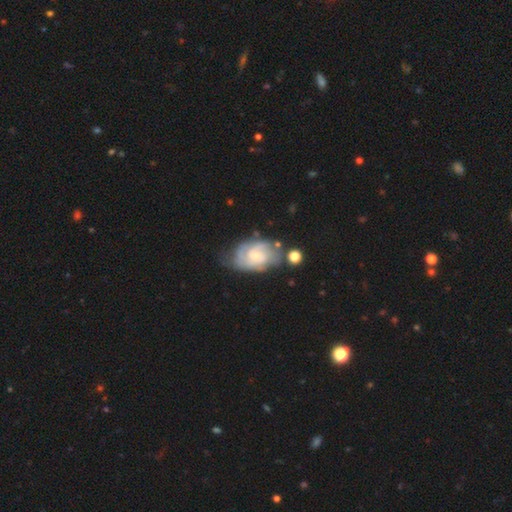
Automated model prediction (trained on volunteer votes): smooth-or-featured: featured or disk: 73% | smooth: 21% | star or artifact: 6%
  disk-edge-on: no: 96% | yes: 4%
    bar: no: 59% | weak: 36% | strong: 5%
    has-spiral-arms: yes: 88% | no: 12%
      spiral-winding: tight: 53% | medium: 36% | loose: 11%
      spiral-arm-count: can't tell: 41% | 2: 29% | 3: 16% | 4: 6% | 1: 4% | more than 4: 3%
    bulge-size: small: 61% | moderate: 32% | none: 4% | large: 3% | dominant: 1%
  merging: none: 53% | minor disturbance: 26% | major disturbance: 14% | merger: 7%